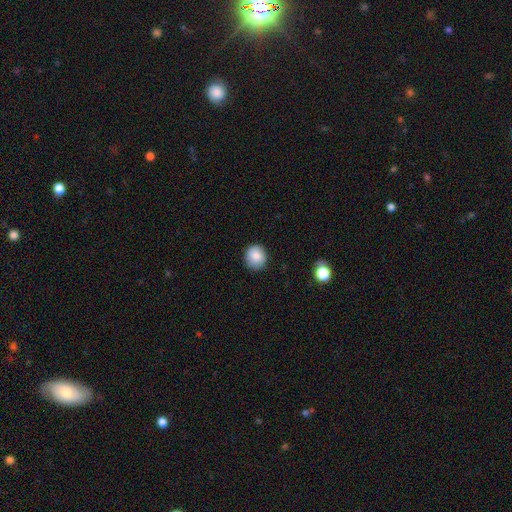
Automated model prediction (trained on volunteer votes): This is clearly a smooth galaxy (85%). How rounded: clearly round (85%). Merging: clearly none (89%).